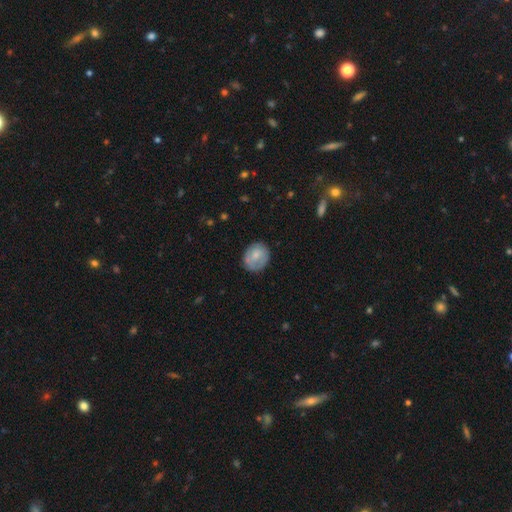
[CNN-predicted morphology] A smooth galaxy with no disk features (69%) that is round (64%).

Vote fractions:
- Smooth or featured? smooth: 69% / featured or disk: 24% / star or artifact: 7%
- How rounded? round: 64% / in between: 35% / cigar-shaped: 1%
- Merging? none: 68% / minor disturbance: 22% / major disturbance: 7% / merger: 2%